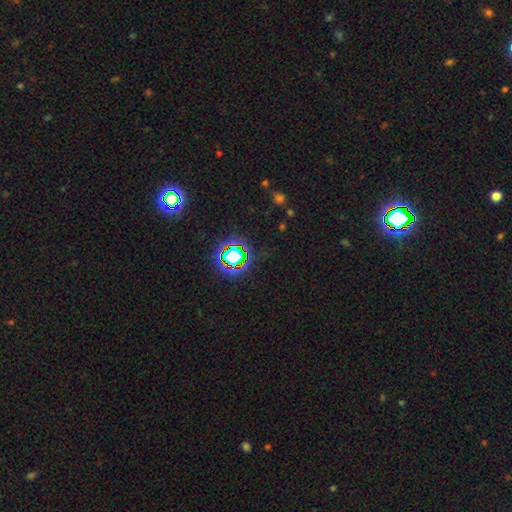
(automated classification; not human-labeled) A star or artifact, not a galaxy (78%).